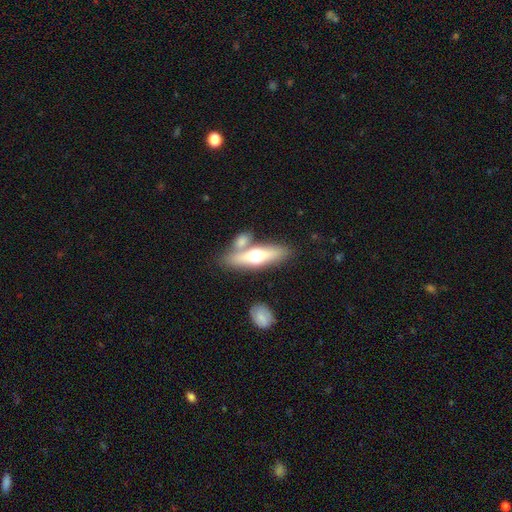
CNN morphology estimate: smooth_or_featured: smooth (p=0.48) [alt: featured or disk p=0.46]
merging: none (p=0.61) [alt: merger p=0.24]